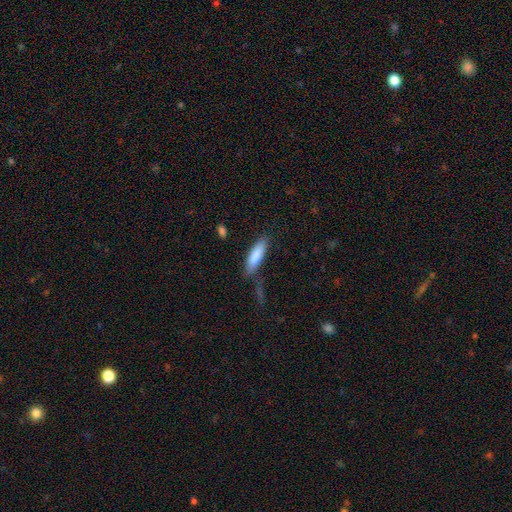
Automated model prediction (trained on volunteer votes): A smooth galaxy with no disk features (84%) that is cigar-shaped (56%).

Vote fractions:
- Smooth or featured? smooth: 84% / featured or disk: 10% / star or artifact: 6%
- How rounded? cigar-shaped: 56% / in between: 43% / round: 2%
- Merging? none: 62% / minor disturbance: 22% / major disturbance: 10% / merger: 6%